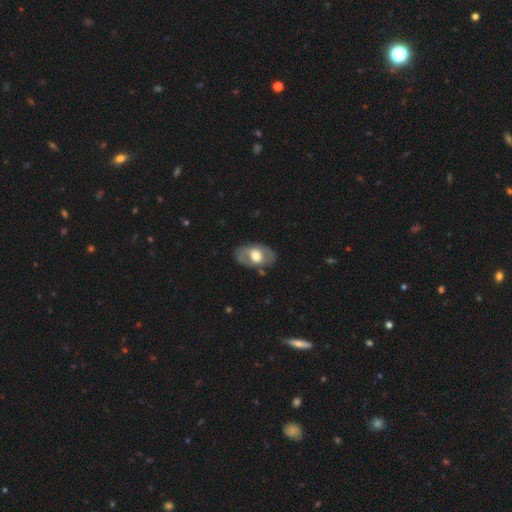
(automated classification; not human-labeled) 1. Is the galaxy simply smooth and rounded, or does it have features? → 51% featured or disk, 43% smooth, 6% star or artifact.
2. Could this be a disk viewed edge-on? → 89% no, 11% yes.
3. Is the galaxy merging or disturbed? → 77% none, 16% minor disturbance, 5% major disturbance, 2% merger.